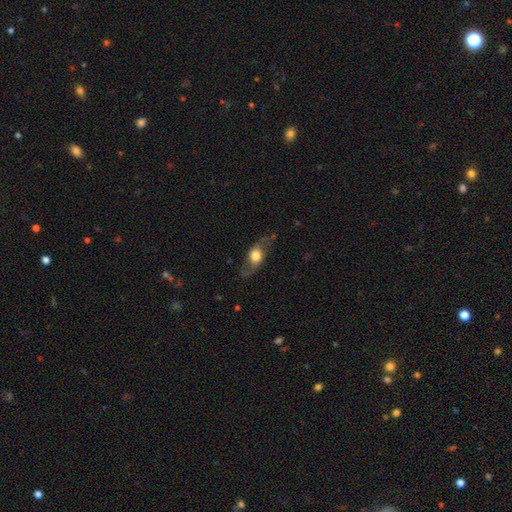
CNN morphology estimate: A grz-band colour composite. It shows a featured or disk galaxy (64%). Merging: none (73%).